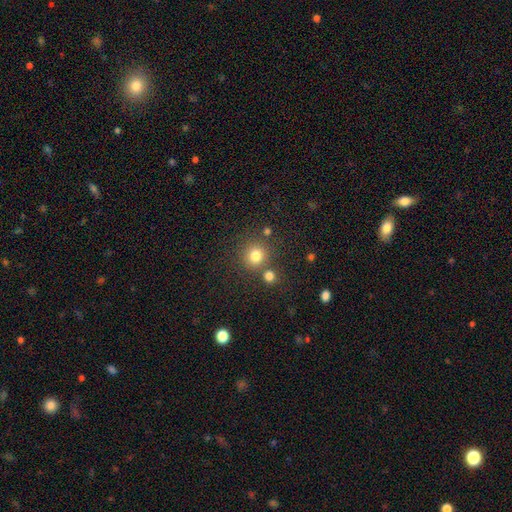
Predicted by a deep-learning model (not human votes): Morphology: type=smooth (79%); roundness=round (90%); merging=none (74%).